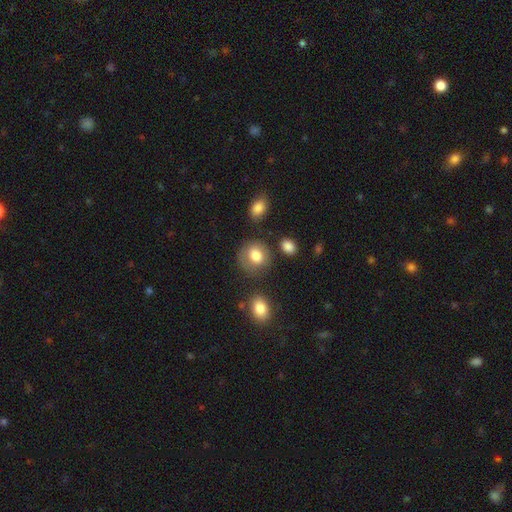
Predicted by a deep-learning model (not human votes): A smooth galaxy with no disk features (78%) that is round (70%). Merging: none (70%).